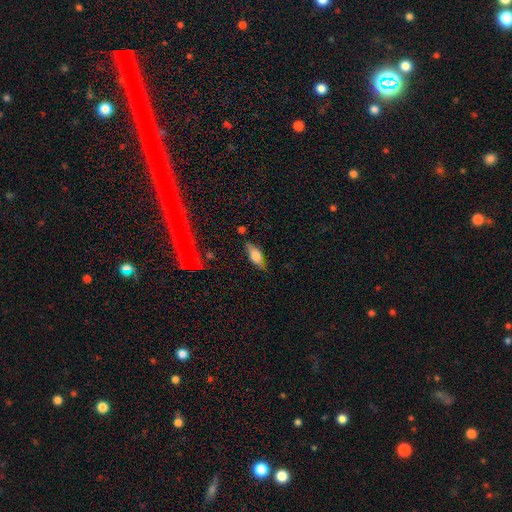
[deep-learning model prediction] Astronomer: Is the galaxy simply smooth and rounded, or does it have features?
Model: smooth — 58%.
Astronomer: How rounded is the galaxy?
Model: in between — 72%.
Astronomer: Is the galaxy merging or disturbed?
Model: none — 73%.